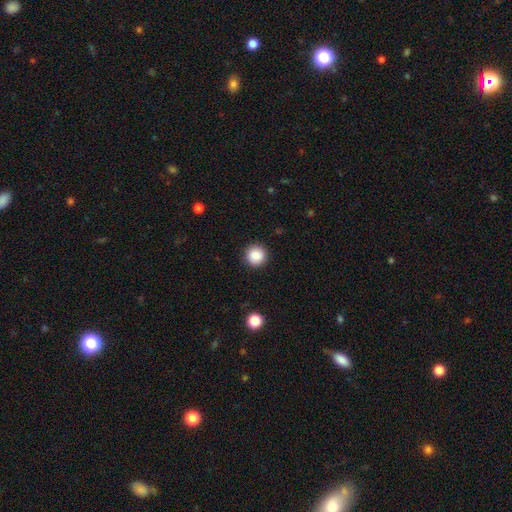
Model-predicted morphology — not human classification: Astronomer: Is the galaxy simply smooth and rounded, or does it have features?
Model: smooth — 87%.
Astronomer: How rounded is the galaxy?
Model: round — 95%.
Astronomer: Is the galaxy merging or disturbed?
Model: none — 91%.